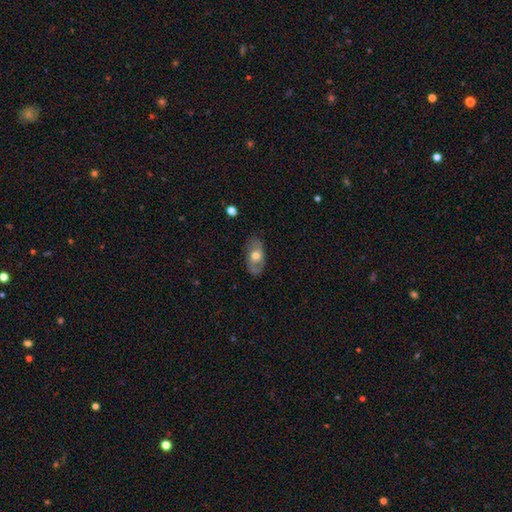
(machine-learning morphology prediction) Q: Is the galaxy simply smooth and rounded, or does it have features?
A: smooth — 48%.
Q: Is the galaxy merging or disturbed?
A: none — 80%.